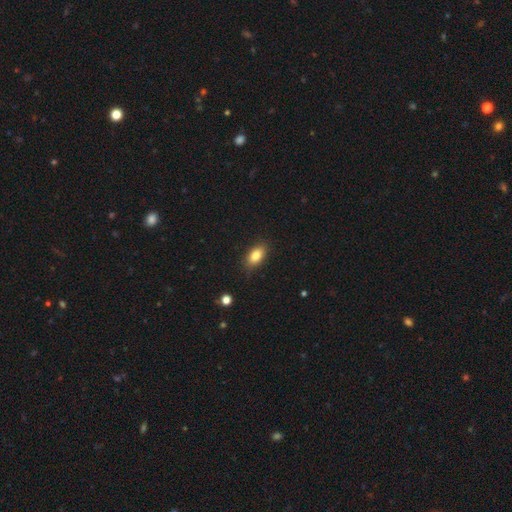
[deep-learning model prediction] The model was most divided on "merging": none: 82%, minor disturbance: 14%, major disturbance: 3%, merger: 1%. More confident: how rounded — in between (88%); smooth or featured — smooth (83%).